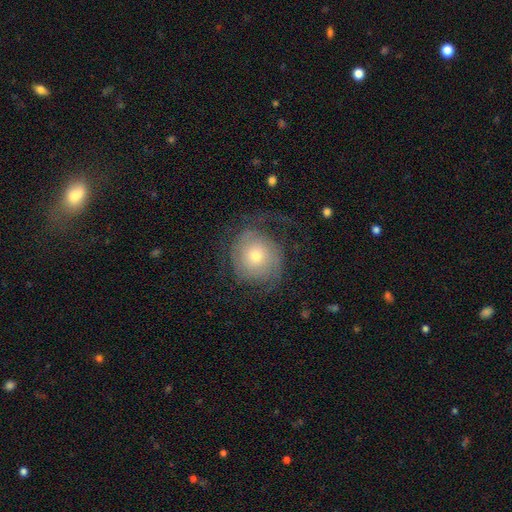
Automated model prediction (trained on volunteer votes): This appears to be a featured or disk galaxy (63%) with no bar (81%), 2 (52%) tight (43%) spiral arms (83%) and a small central bulge (47%). Merging: none (58%).